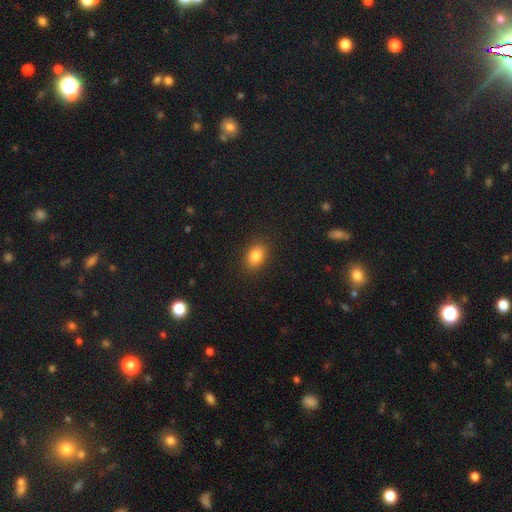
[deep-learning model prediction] Smooth or featured: smooth — 84% (star or artifact — 10%)
How rounded: in between — 75% (round — 24%)
Merging: none — 88% (minor disturbance — 8%)